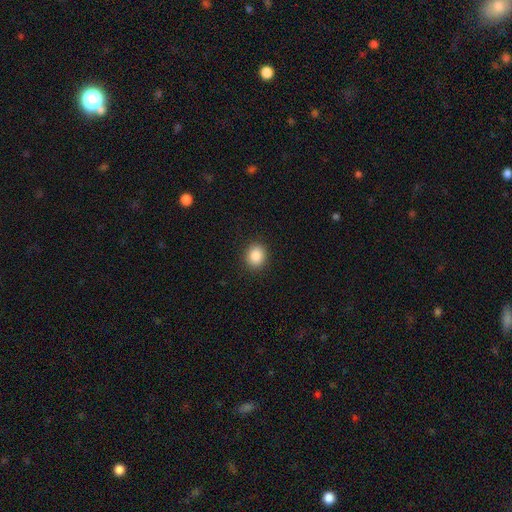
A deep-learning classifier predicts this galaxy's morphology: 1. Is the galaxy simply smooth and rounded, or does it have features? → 87% smooth, 9% star or artifact, 4% featured or disk.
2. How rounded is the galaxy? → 74% round, 25% in between, 1% cigar-shaped.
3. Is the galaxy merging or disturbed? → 91% none, 6% minor disturbance, 2% major disturbance, 1% merger.